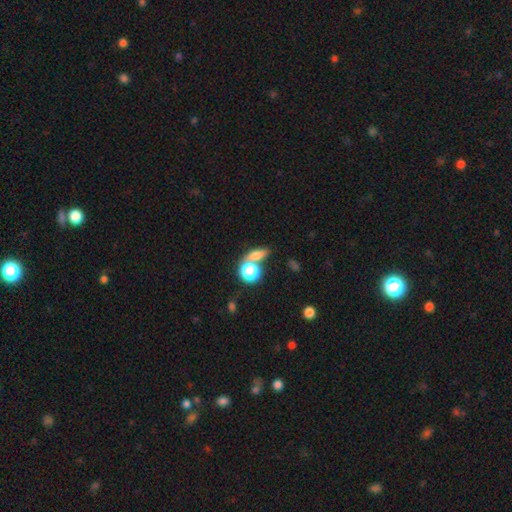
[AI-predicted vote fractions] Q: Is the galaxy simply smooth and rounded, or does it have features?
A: smooth — 64%.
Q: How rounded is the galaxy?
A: in between — 44%.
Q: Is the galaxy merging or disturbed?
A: none — 57%.